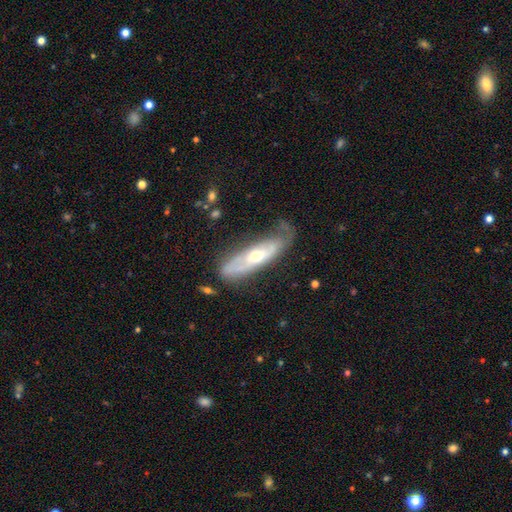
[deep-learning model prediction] This appears to be a featured or disk galaxy (64%). Merging: none (54%).